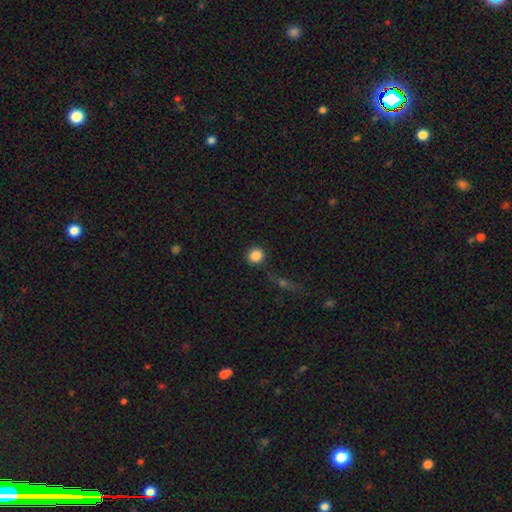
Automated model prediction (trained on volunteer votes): Q: Smooth or featured?
A: smooth (86%); runner-up: star or artifact (10%)
Q: How rounded?
A: round (91%); runner-up: in between (7%)
Q: Merging?
A: none (84%); runner-up: minor disturbance (9%)